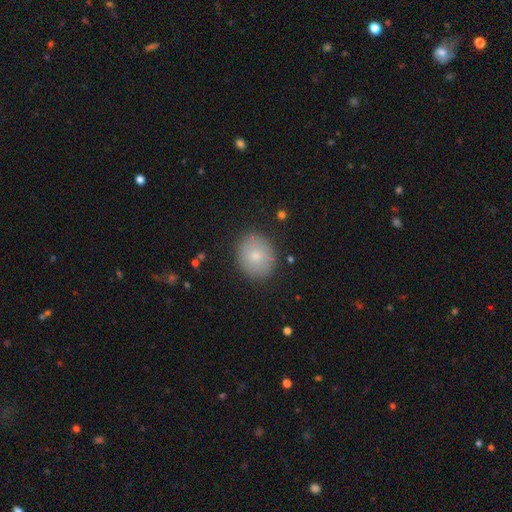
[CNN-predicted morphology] This is likely a smooth galaxy (79%). How rounded: possibly round (58%). Merging: clearly none (85%).